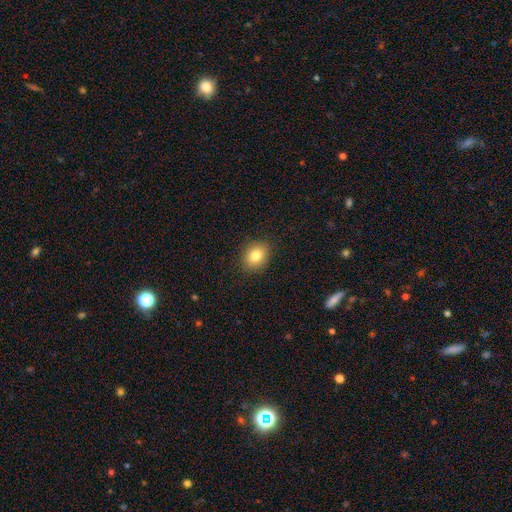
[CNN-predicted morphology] Smooth or featured: smooth — 82% (star or artifact — 9%)
How rounded: in between — 57% (round — 42%)
Merging: none — 88% (minor disturbance — 9%)